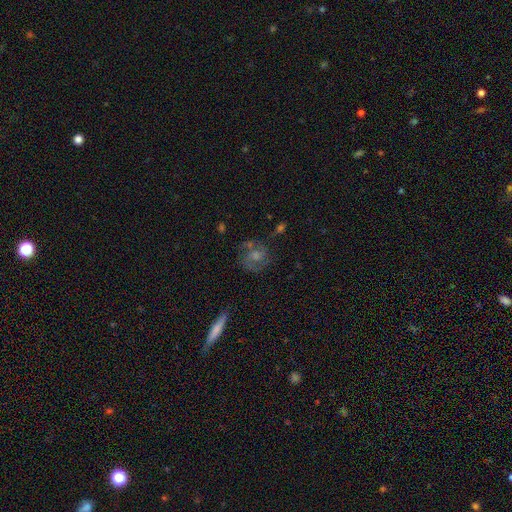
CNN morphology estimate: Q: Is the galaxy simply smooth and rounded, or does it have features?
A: featured or disk — 70%.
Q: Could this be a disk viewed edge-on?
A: no — 94%.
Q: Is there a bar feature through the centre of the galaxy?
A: no — 59%.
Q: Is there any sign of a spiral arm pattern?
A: yes — 89%.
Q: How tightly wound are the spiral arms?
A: medium — 45%.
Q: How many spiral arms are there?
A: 2 — 64%.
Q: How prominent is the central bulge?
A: moderate — 47%.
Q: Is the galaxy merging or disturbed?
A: none — 76%.